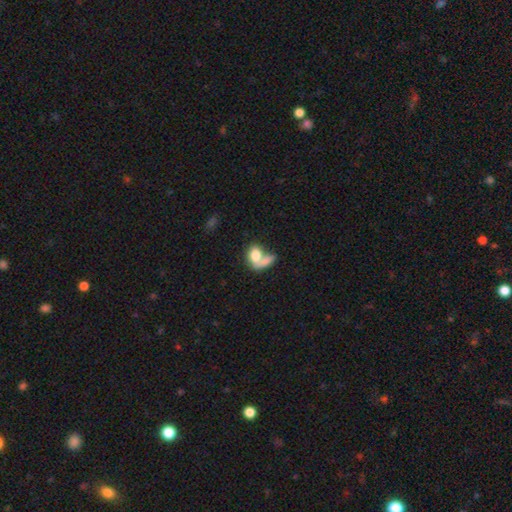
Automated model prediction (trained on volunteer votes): This is likely a smooth galaxy (74%). How rounded: likely in between (73%). Merging: possibly merger (58%).